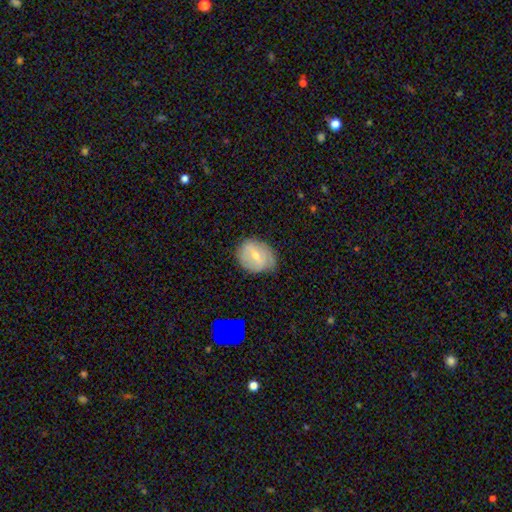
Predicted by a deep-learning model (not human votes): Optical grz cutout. It shows a featured or disk galaxy (46%). Merging: none (68%).